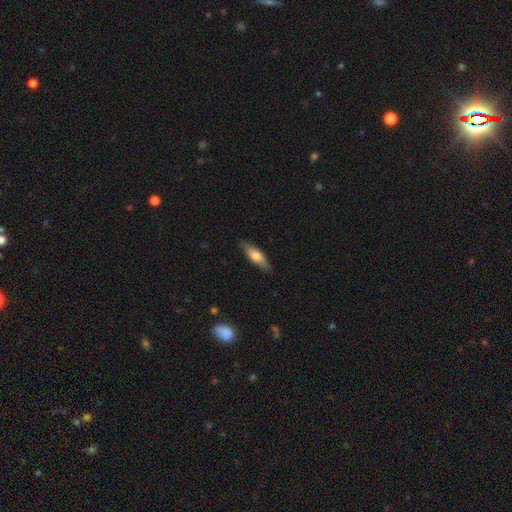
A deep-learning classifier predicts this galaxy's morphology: Q: Smooth or featured?
A: smooth (66%); runner-up: featured or disk (28%)
Q: How rounded?
A: cigar-shaped (51%); runner-up: in between (47%)
Q: Merging?
A: none (85%); runner-up: minor disturbance (12%)